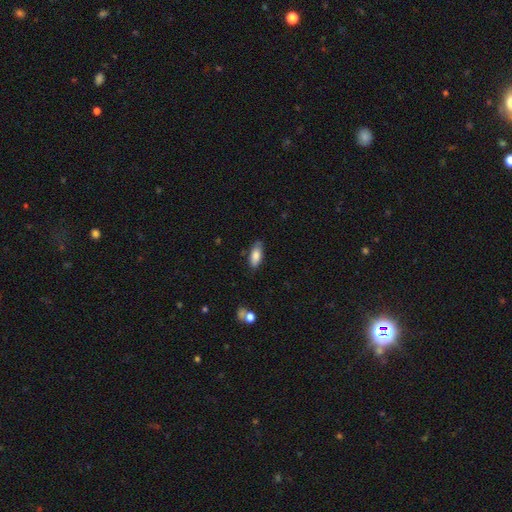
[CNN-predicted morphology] Overall: smooth (81%). How rounded: in between (82%). Merging: none (79%).